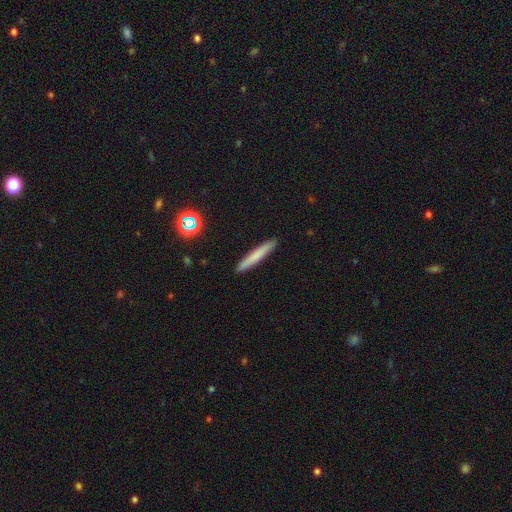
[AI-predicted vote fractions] A smooth galaxy with no disk features (71%) that is cigar-shaped (96%).

Vote fractions:
- Smooth or featured? smooth: 71% / featured or disk: 21% / star or artifact: 8%
- How rounded? cigar-shaped: 96% / in between: 3% / round: 1%
- Merging? none: 92% / minor disturbance: 6% / major disturbance: 1% / merger: 1%